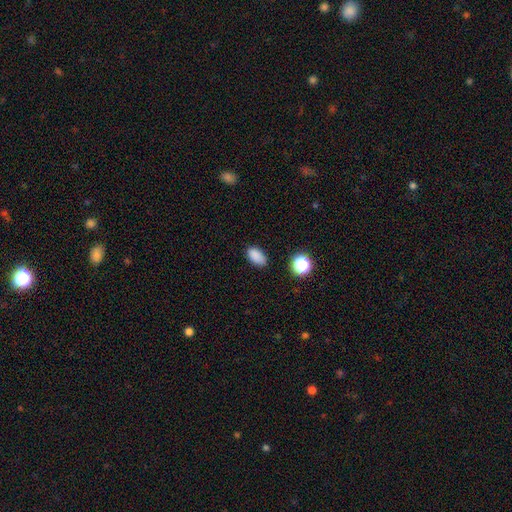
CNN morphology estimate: smooth 84%, star or artifact 12%, featured or disk 4%. Down the decision tree: how rounded — in between (89%); merging — none (80%).